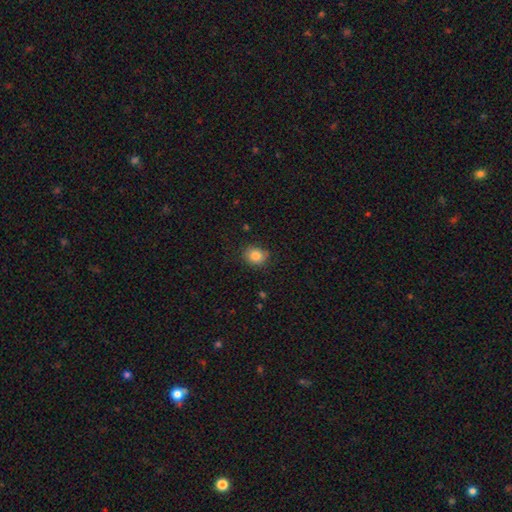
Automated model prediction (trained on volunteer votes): smooth 84%, star or artifact 10%, featured or disk 7%. Down the decision tree: how rounded — round (61%); merging — none (82%).